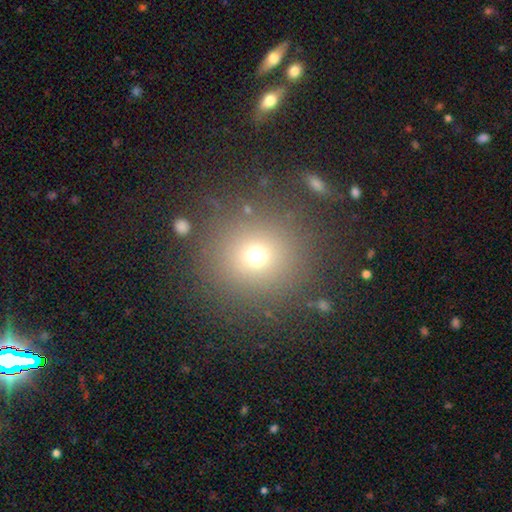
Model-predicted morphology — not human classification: This appears to be a smooth galaxy with no disk features (69%) that is round (90%). Merging: none (83%).